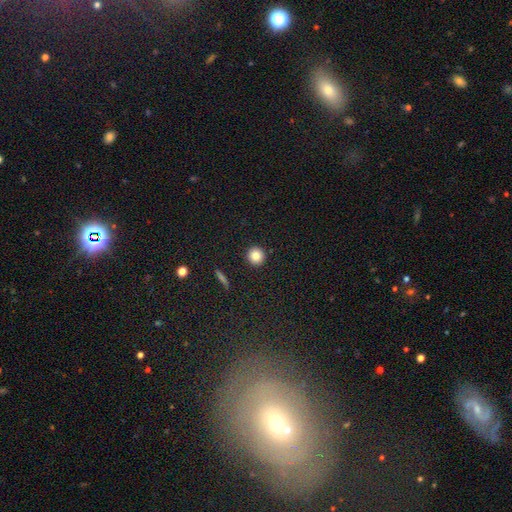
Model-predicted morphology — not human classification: smooth 85%, star or artifact 10%, featured or disk 5%. Down the decision tree: how rounded — round (94%); merging — none (92%).